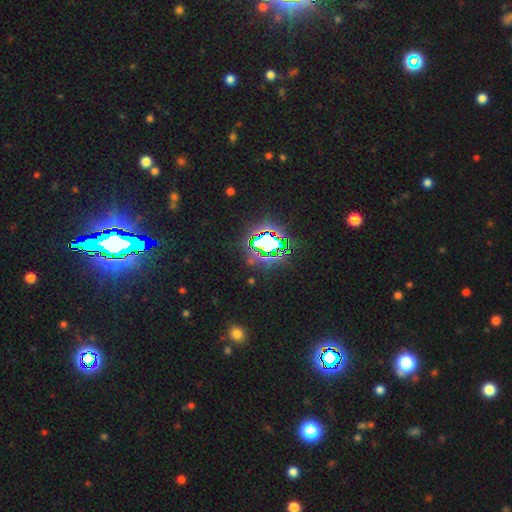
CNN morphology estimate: star or artifact 83%, smooth 9%, featured or disk 7%.